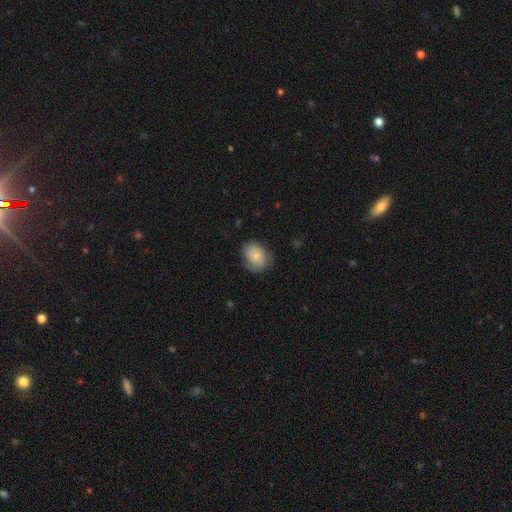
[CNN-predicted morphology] This appears to be a smooth galaxy with no disk features (72%) that is in between round and cigar-shaped (57%). Merging: none (68%).